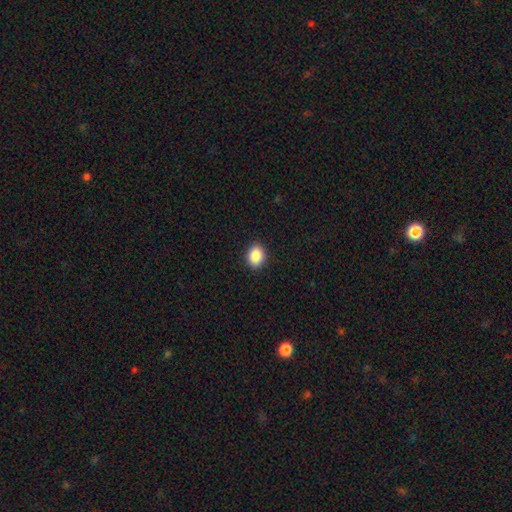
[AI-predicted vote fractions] Smooth or featured?
  - smooth: 88% *
  - star or artifact: 8%
  - featured or disk: 4%
How rounded?
  - in between: 59% *
  - round: 40%
  - cigar-shaped: 1%
Merging?
  - none: 90% *
  - minor disturbance: 7%
  - major disturbance: 2%
  - merger: 1%